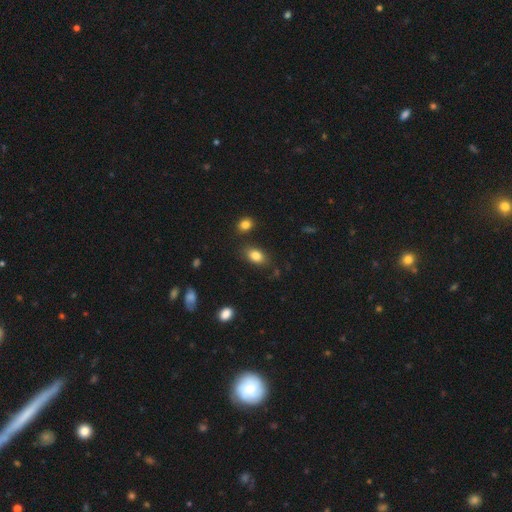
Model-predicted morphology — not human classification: type=smooth (84%); roundness=in between (86%); merging=none (80%).